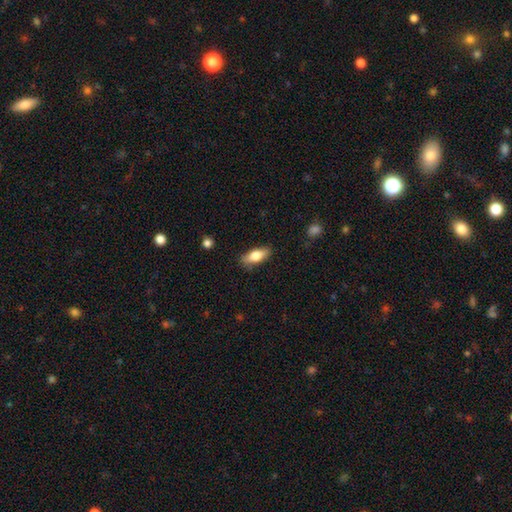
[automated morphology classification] Smooth or featured?
  - smooth: 71% *
  - featured or disk: 23%
  - star or artifact: 6%
How rounded?
  - in between: 71% *
  - cigar-shaped: 26%
  - round: 3%
Merging?
  - none: 85% *
  - minor disturbance: 12%
  - major disturbance: 3%
  - merger: 1%